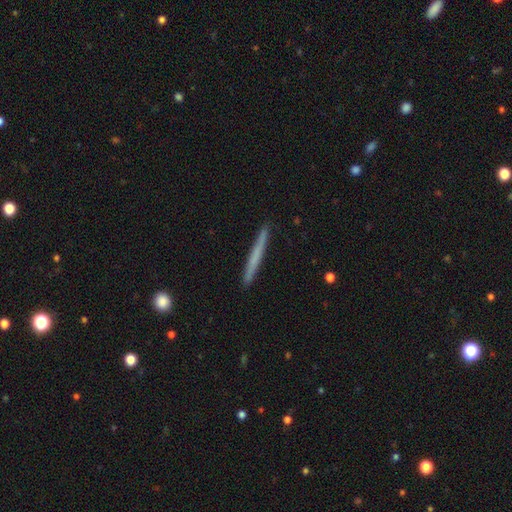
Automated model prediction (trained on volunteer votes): Smooth or featured?
  - smooth: 56% *
  - featured or disk: 38%
  - star or artifact: 6%
How rounded?
  - cigar-shaped: 97% *
  - in between: 2%
  - round: 1%
Merging?
  - none: 92% *
  - minor disturbance: 6%
  - major disturbance: 1%
  - merger: 1%